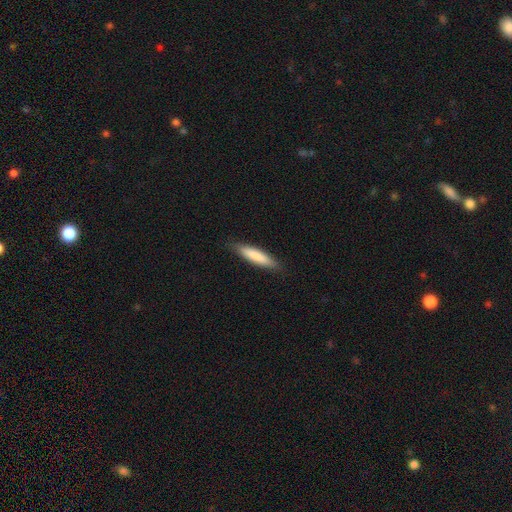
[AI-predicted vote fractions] Smooth or featured? smooth (82%)
How rounded? cigar-shaped (81%)
Merging? none (87%)